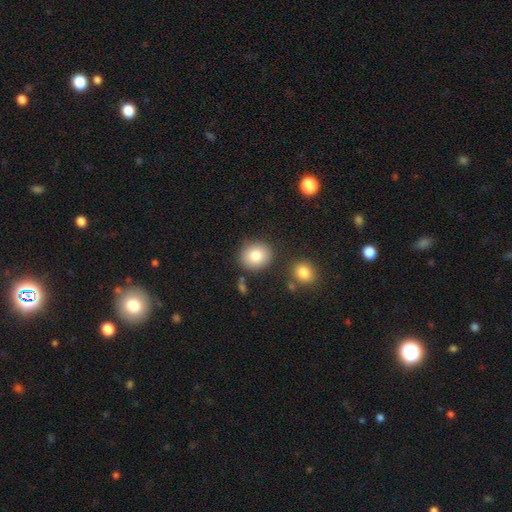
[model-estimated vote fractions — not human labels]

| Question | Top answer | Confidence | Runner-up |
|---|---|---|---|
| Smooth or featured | smooth | 82% | star or artifact (9%) |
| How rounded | round | 77% | in between (22%) |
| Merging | none | 82% | minor disturbance (9%) |